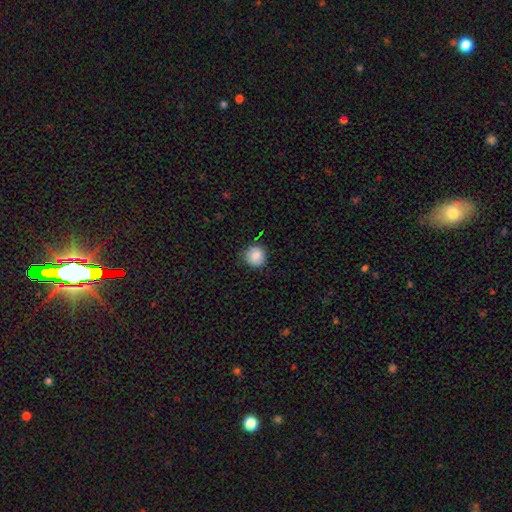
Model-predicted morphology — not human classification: Smooth or featured? smooth (84%)
How rounded? round (93%)
Merging? none (85%)